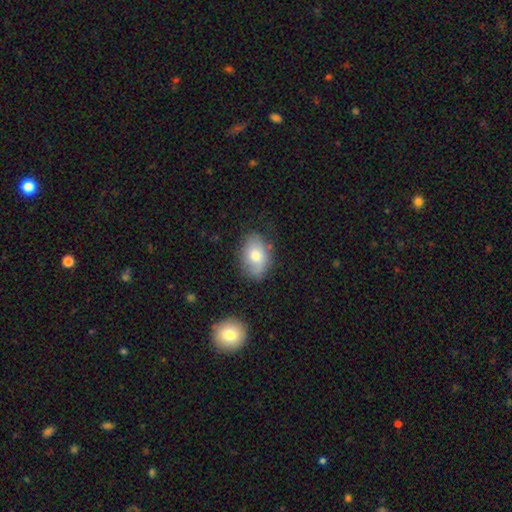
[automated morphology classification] smooth 74%, featured or disk 18%, star or artifact 8%. Down the decision tree: how rounded — in between (84%); merging — none (73%).